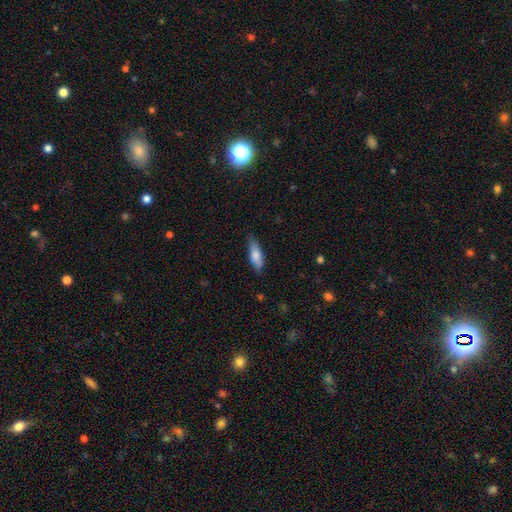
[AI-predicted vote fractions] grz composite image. It shows a smooth galaxy with no disk features (73%) that is in between round and cigar-shaped (50%). Merging: none (80%).